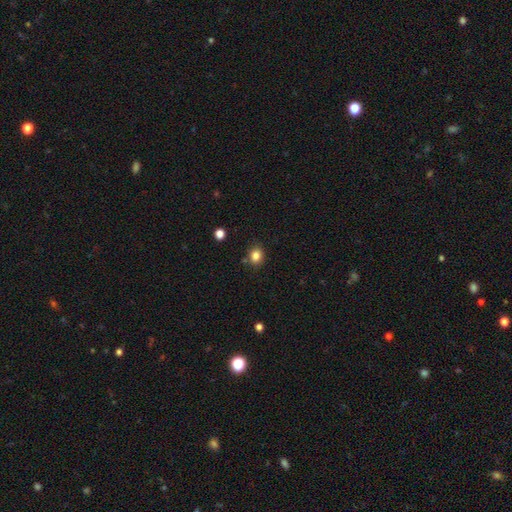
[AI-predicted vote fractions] Q: Smooth or featured?
A: smooth (83%); runner-up: star or artifact (11%)
Q: How rounded?
A: round (59%); runner-up: in between (40%)
Q: Merging?
A: none (81%); runner-up: minor disturbance (11%)